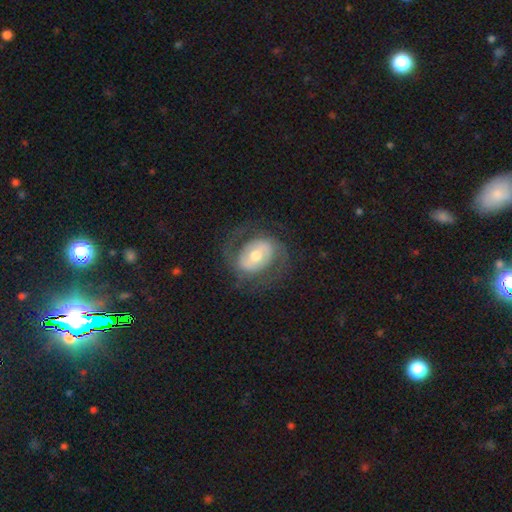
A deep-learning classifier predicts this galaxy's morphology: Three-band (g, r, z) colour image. It shows a featured or disk galaxy (72%) with no bar (42%), 2 (79%) medium (43%) spiral arms (74%) and a moderate central bulge (72%). Merging: none (70%).